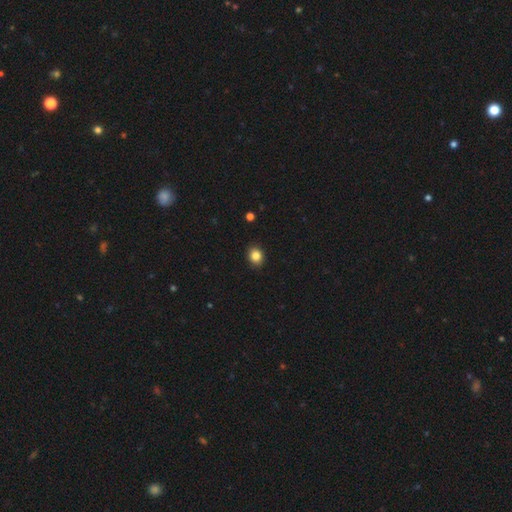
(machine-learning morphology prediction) This is clearly a smooth galaxy (85%). How rounded: likely round (61%). Merging: clearly none (90%).